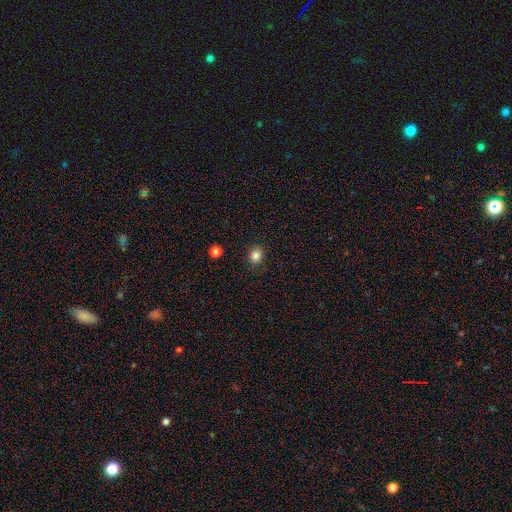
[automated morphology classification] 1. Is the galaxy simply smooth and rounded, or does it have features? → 84% smooth, 11% star or artifact, 5% featured or disk.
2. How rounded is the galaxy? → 69% round, 30% in between, 1% cigar-shaped.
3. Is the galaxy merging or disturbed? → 87% none, 9% minor disturbance, 2% major disturbance, 1% merger.